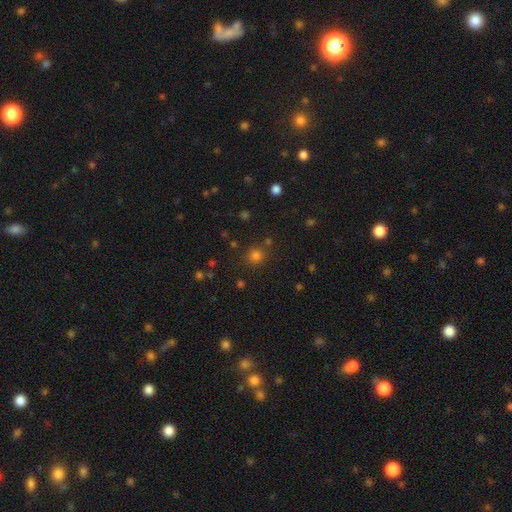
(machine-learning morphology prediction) Smooth or featured? smooth (77%)
How rounded? round (90%)
Merging? none (82%)